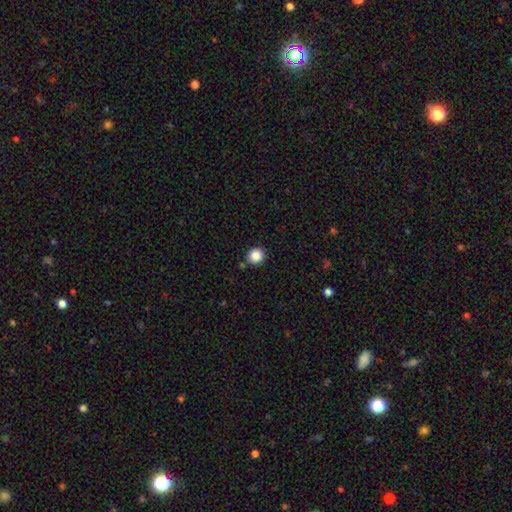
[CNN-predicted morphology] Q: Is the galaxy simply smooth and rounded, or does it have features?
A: smooth — 86%.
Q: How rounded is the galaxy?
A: round — 91%.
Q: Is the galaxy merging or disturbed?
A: none — 88%.